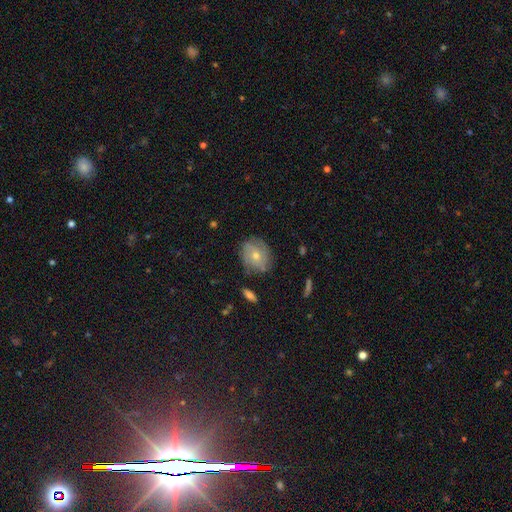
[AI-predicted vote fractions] Morphology: type=featured or disk (58%); edge-on=no (95%); bar=no (76%); spiral arms=yes (78%); bulge=moderate (50%); merging=none (76%).